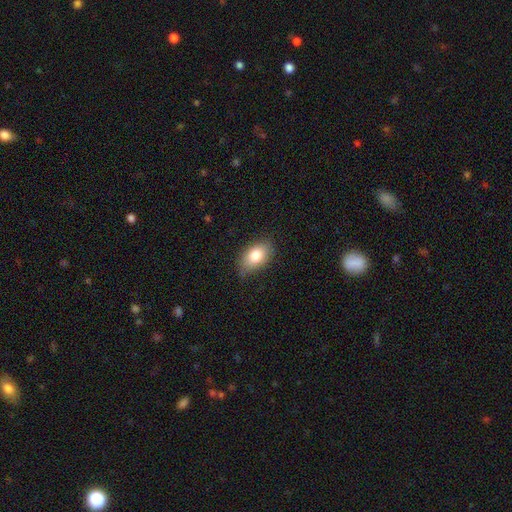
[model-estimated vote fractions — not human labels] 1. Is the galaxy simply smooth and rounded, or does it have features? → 81% smooth, 12% featured or disk, 7% star or artifact.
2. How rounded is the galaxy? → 91% in between, 7% round, 2% cigar-shaped.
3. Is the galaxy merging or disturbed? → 76% none, 19% minor disturbance, 3% major disturbance, 1% merger.